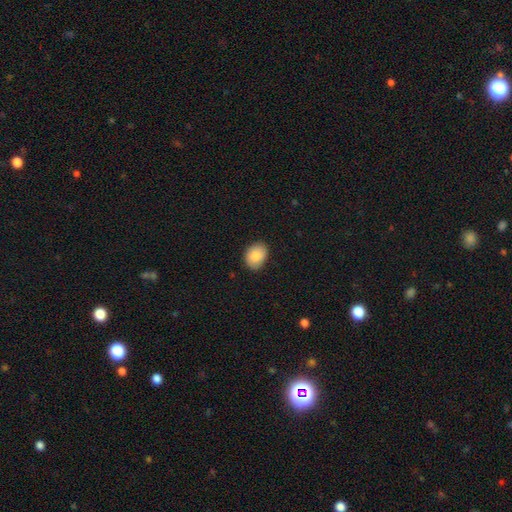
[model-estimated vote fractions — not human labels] Q: Smooth or featured?
A: smooth (87%); runner-up: star or artifact (7%)
Q: How rounded?
A: in between (65%); runner-up: round (34%)
Q: Merging?
A: none (84%); runner-up: minor disturbance (12%)